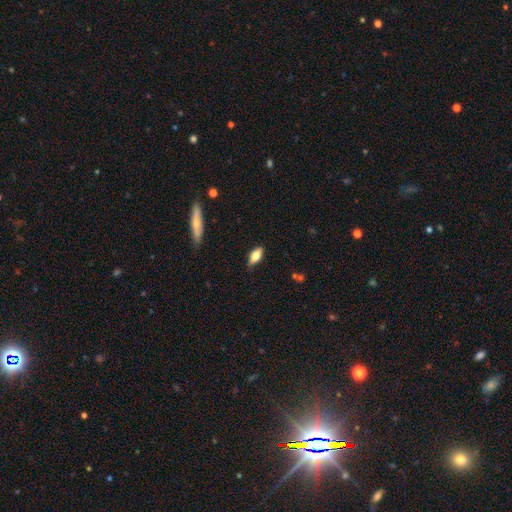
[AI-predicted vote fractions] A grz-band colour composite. It shows a smooth galaxy with no disk features (68%) that is in between round and cigar-shaped (78%). Merging: none (80%).